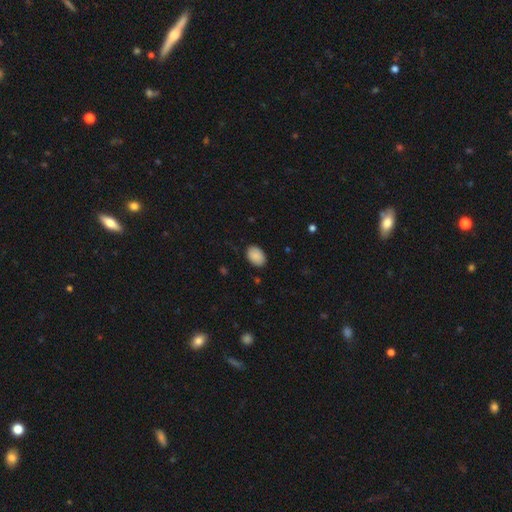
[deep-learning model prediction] Overall: smooth (90%). How rounded: in between (83%). Merging: none (85%).